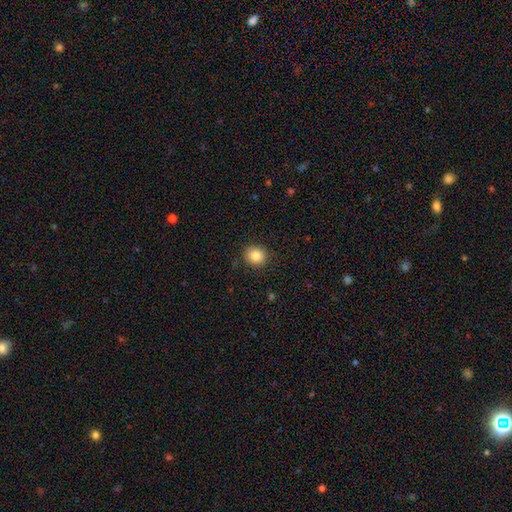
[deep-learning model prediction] smooth_or_featured: smooth (p=0.85) [alt: star or artifact p=0.10]
how_rounded: round (p=0.83) [alt: in between p=0.16]
merging: none (p=0.90) [alt: minor disturbance p=0.07]